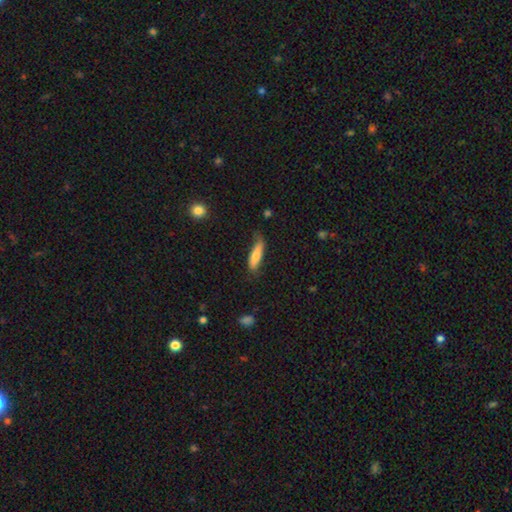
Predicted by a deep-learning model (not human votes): The model was most divided on "merging": none: 60%, minor disturbance: 30%, major disturbance: 8%, merger: 2%. More confident: smooth or featured — smooth (72%); how rounded — cigar-shaped (66%).